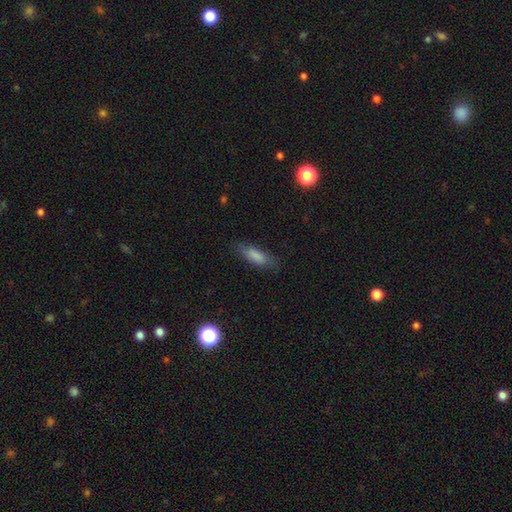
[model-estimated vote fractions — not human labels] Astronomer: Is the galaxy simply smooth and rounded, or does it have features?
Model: smooth — 81%.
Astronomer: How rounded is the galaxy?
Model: in between — 59% (runner-up: cigar-shaped, 39%).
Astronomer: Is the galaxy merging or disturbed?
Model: none — 73%.